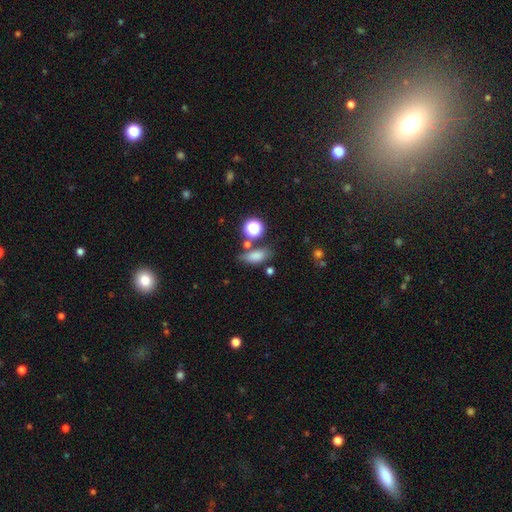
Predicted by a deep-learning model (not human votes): This is likely a smooth galaxy (77%). How rounded: likely in between (78%). Merging: likely none (63%).